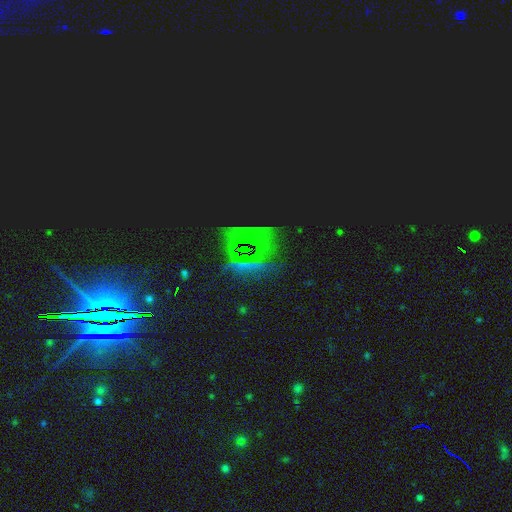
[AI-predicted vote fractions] A star or artifact, not a galaxy (73%).

Vote fractions:
- Smooth or featured? star or artifact: 73% / smooth: 16% / featured or disk: 11%